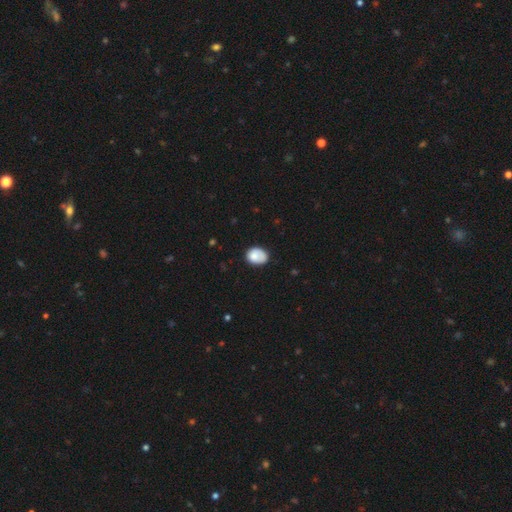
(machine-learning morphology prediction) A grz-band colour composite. It shows a smooth galaxy with no disk features (79%) that is in between round and cigar-shaped (58%). Merging: none (61%).